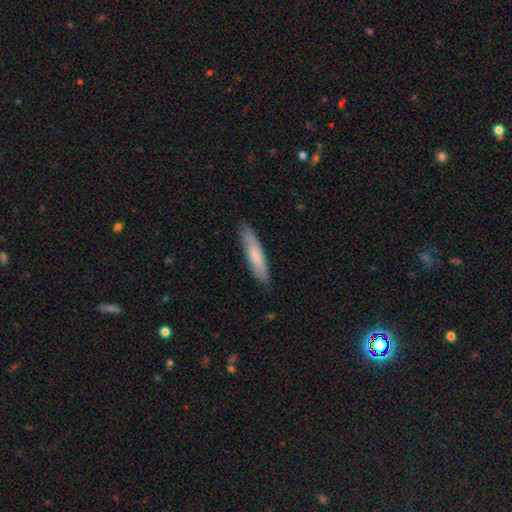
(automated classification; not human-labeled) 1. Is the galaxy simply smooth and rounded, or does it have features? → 65% smooth, 29% featured or disk, 5% star or artifact.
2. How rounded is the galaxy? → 82% cigar-shaped, 17% in between, 1% round.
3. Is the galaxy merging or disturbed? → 87% none, 10% minor disturbance, 2% major disturbance, 1% merger.